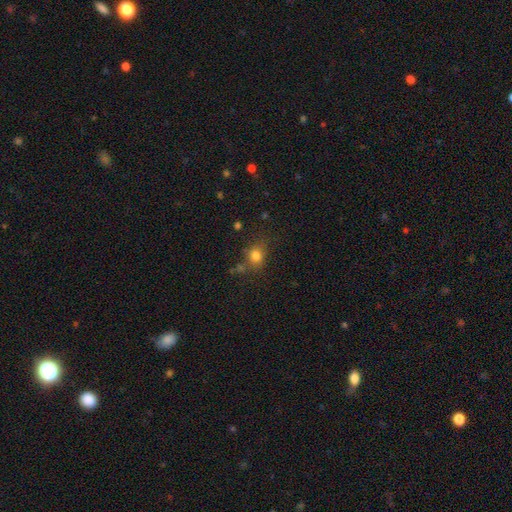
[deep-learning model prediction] Smooth or featured: smooth — 78% (star or artifact — 14%)
How rounded: round — 62% (in between — 36%)
Merging: none — 67% (minor disturbance — 19%)